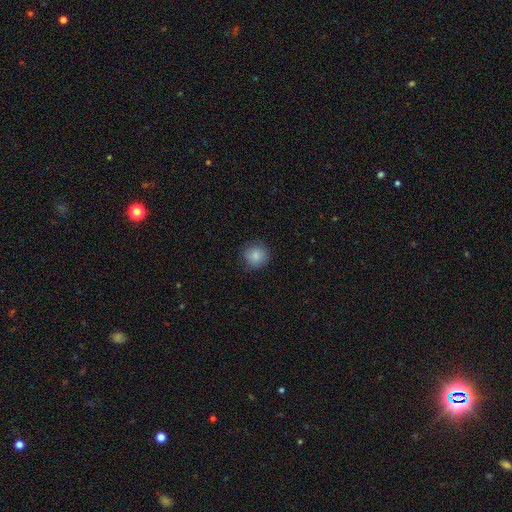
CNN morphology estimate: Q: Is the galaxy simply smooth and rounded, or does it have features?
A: smooth — 86%.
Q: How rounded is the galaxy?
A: round — 90%.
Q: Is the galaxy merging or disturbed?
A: none — 81%.